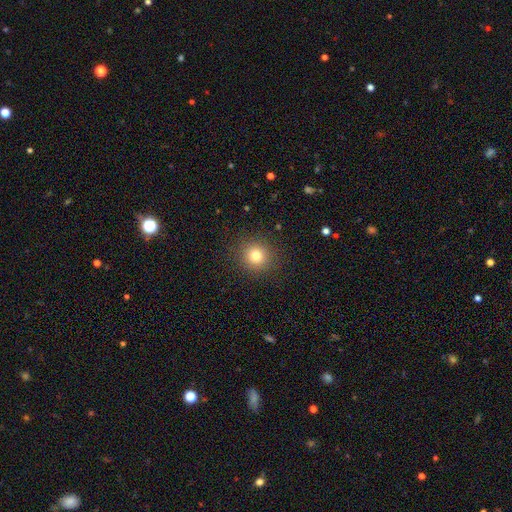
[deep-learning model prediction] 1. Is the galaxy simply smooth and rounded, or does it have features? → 78% smooth, 14% star or artifact, 8% featured or disk.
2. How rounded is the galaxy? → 93% round, 6% in between, 1% cigar-shaped.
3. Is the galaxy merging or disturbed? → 91% none, 6% minor disturbance, 3% major disturbance, 1% merger.